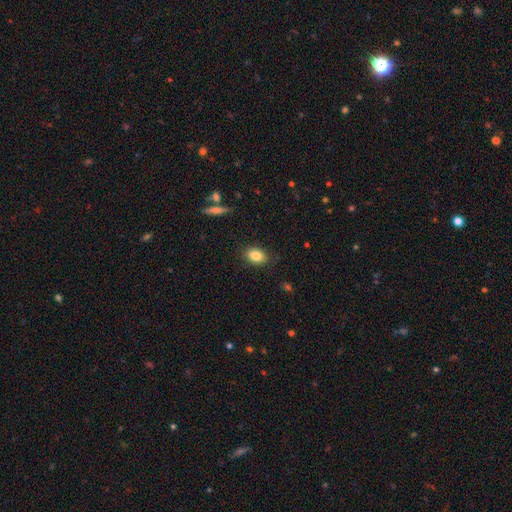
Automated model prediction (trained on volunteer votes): Morphology: type=smooth (84%); roundness=in between (82%); merging=none (85%).